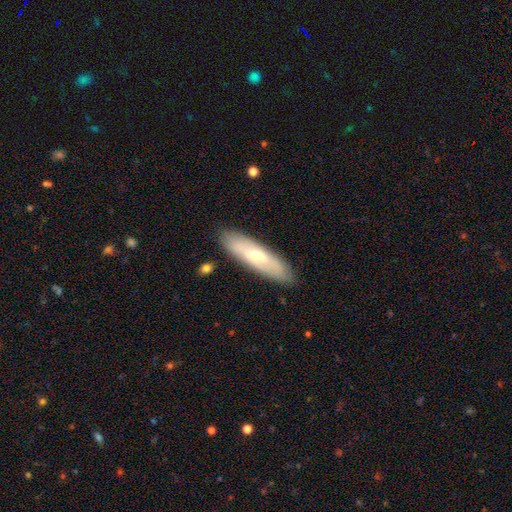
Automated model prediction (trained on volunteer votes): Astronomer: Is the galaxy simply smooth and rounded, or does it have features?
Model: smooth — 49% (runner-up: featured or disk, 45%).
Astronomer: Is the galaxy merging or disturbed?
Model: none — 87%.